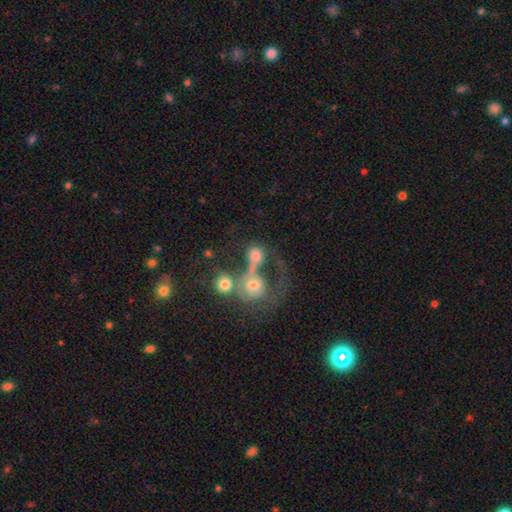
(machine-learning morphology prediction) Smooth or featured?
  - smooth: 59% *
  - featured or disk: 29%
  - star or artifact: 12%
How rounded?
  - round: 67% *
  - in between: 31%
  - cigar-shaped: 2%
Merging?
  - merger: 57% *
  - major disturbance: 19%
  - none: 17%
  - minor disturbance: 7%